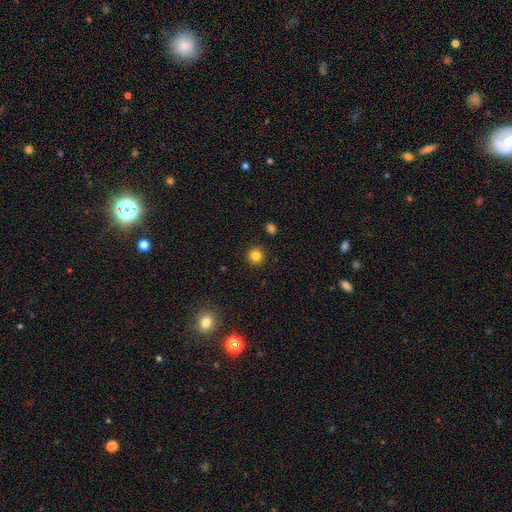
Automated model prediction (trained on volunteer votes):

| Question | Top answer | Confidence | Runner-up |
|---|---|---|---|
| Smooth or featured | smooth | 83% | star or artifact (12%) |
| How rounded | round | 94% | in between (5%) |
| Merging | none | 92% | minor disturbance (5%) |